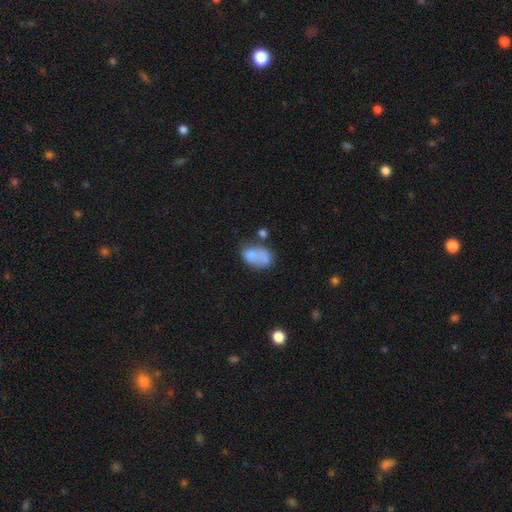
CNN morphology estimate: Overall: smooth (69%). How rounded: in between (82%). Merging: merger (37%; none 27%).